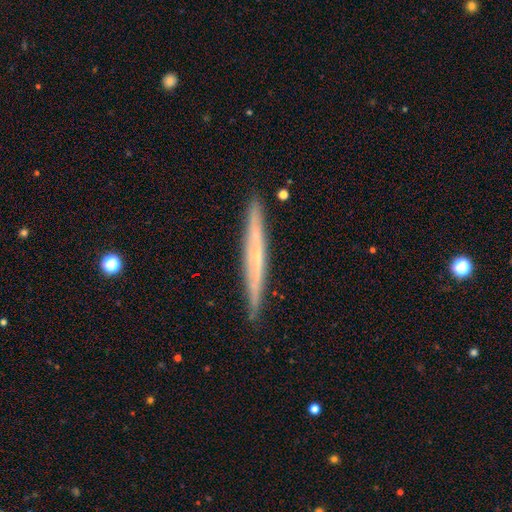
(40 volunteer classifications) Smooth or featured?
  - featured or disk: 65% *
  - smooth: 25%
  - star or artifact: 10%
Edge-on disk?
  - yes: 92% *
  - no: 8%
Edge-on bulge?
  - none: 92% *
  - boxy: 4%
  - rounded: 4%
Merging?
  - none: 83% *
  - minor disturbance: 14%
  - major disturbance: 3%
  - merger: 0%